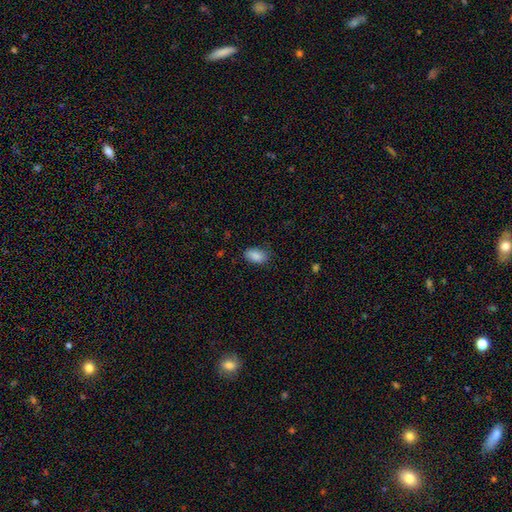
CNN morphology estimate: Smooth or featured? Predicted: smooth (p=0.88). How rounded? Predicted: in between (p=0.93). Merging? Predicted: none (p=0.78).